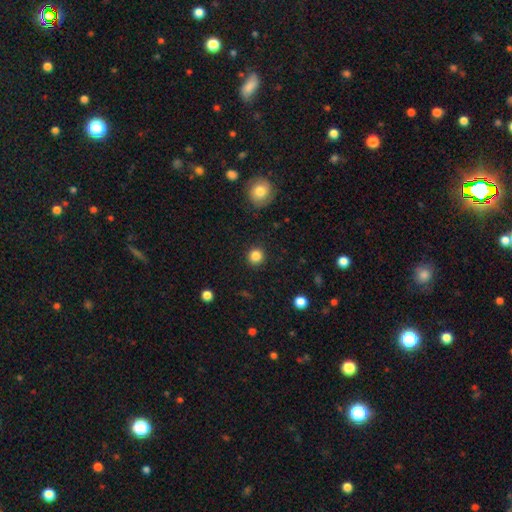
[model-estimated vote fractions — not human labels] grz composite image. It shows a smooth galaxy with no disk features (85%) that is round (91%). Merging: none (91%).